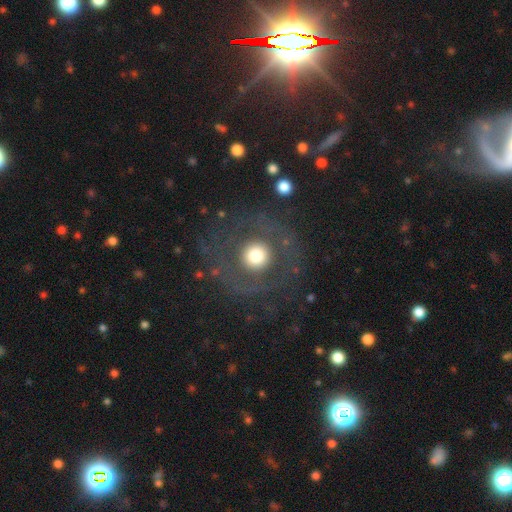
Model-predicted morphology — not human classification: A smooth galaxy with no disk features (53%) that is round (93%).

Vote fractions:
- Smooth or featured? smooth: 53% / featured or disk: 34% / star or artifact: 13%
- How rounded? round: 93% / in between: 6% / cigar-shaped: 1%
- Merging? none: 74% / major disturbance: 14% / minor disturbance: 10% / merger: 2%